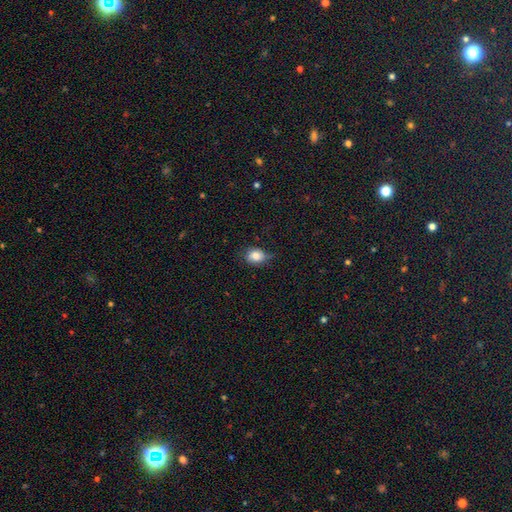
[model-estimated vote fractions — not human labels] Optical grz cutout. It shows a smooth galaxy with no disk features (82%) that is in between round and cigar-shaped (54%). Merging: none (60%).